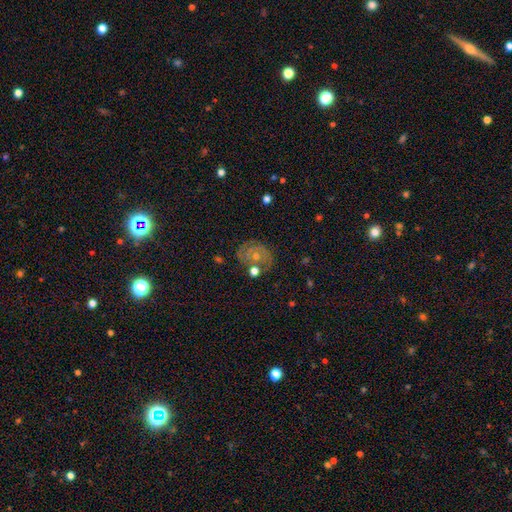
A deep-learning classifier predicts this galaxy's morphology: type=featured or disk (57%); edge-on=no (97%); bar=no (78%); spiral arms=yes (78%); bulge=small (57%); merging=none (68%).